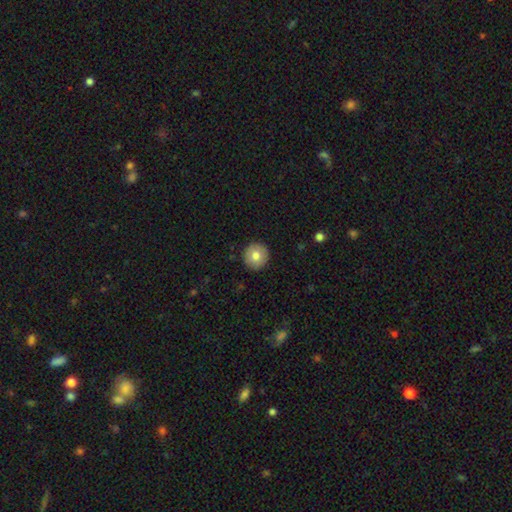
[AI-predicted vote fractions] Smooth or featured: smooth — 79% (featured or disk — 13%)
How rounded: round — 95% (in between — 4%)
Merging: none — 92% (minor disturbance — 6%)